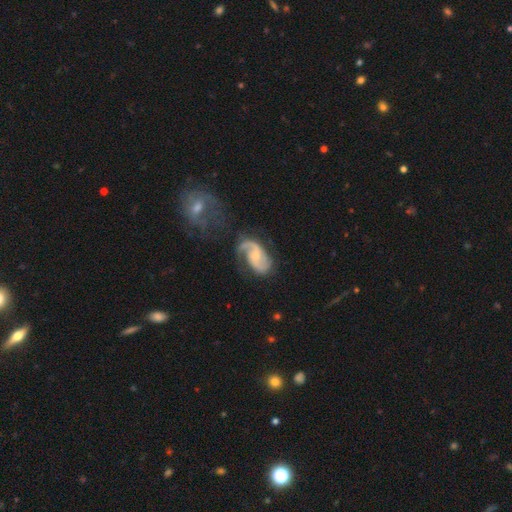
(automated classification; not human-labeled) This is clearly a featured or disk galaxy (88%). It is clearly not viewed edge-on (98%). Bar: possibly no (54%). Spiral arm pattern: clearly yes (97%). Spiral arm count: clearly 2 (88%). Spiral winding: possibly medium (53%). Central bulge: possibly small (54%). Merging: likely none (62%).